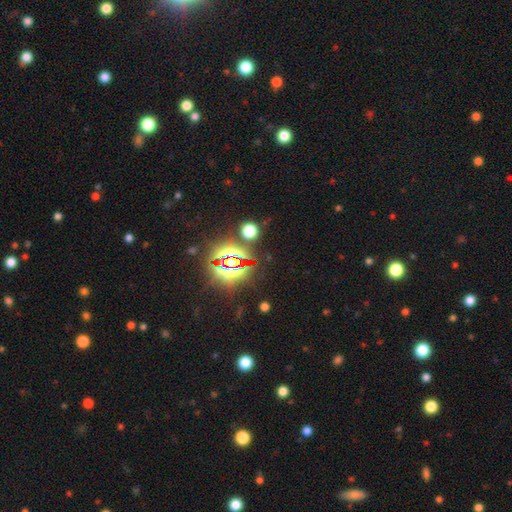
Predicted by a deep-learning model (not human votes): This appears to be a star or artifact, not a galaxy (83%).